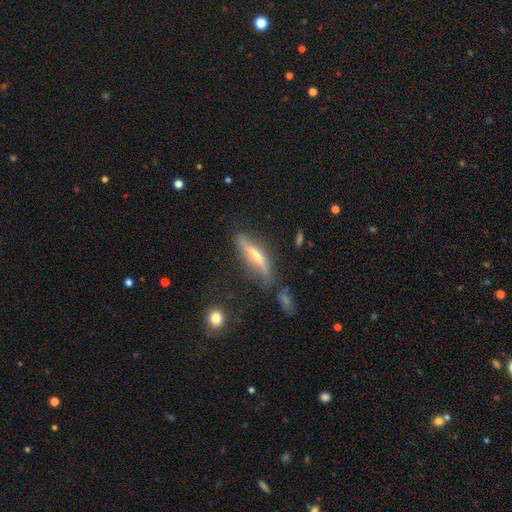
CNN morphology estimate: Smooth or featured?
  - featured or disk: 62% *
  - smooth: 31%
  - star or artifact: 7%
Edge-on disk?
  - yes: 85% *
  - no: 15%
Edge-on bulge?
  - rounded: 82% *
  - none: 11%
  - boxy: 7%
Merging?
  - none: 69% *
  - minor disturbance: 20%
  - major disturbance: 7%
  - merger: 5%